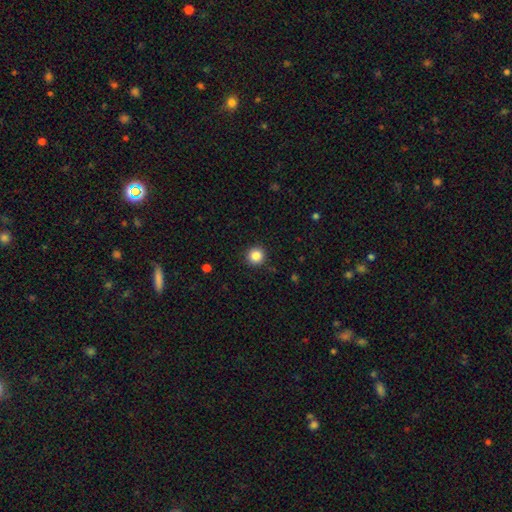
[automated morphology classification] This is clearly a smooth galaxy (85%). How rounded: clearly round (95%). Merging: clearly none (92%).